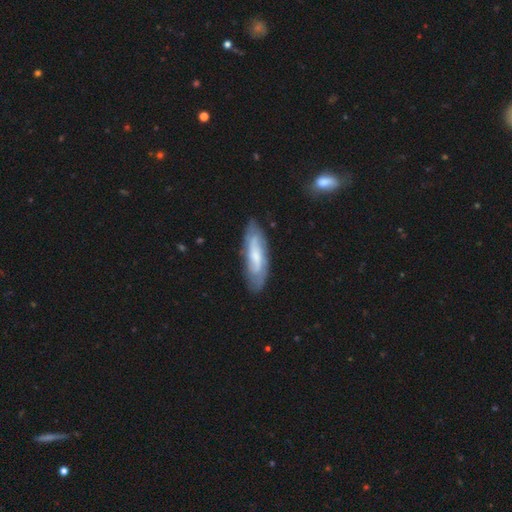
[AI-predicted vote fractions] featured or disk 55%, smooth 39%, star or artifact 6%. Down the decision tree: edge-on disk — no (75%); merging — none (77%).